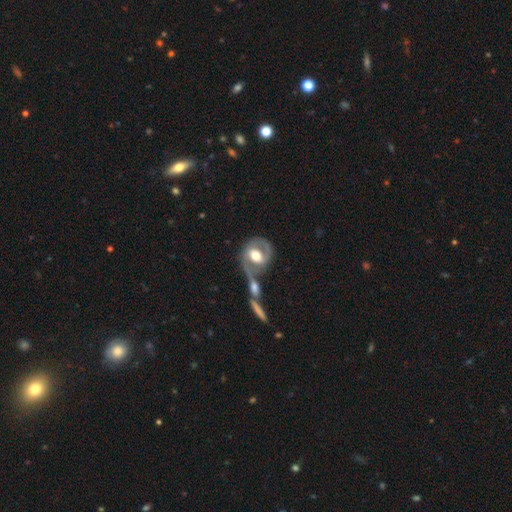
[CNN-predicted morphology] Smooth or featured? featured or disk (69%)
Edge-on disk? no (95%)
Bar? weak (43%)
Spiral arms? yes (76%)
Bulge size? moderate (64%)
Merging? none (44%)